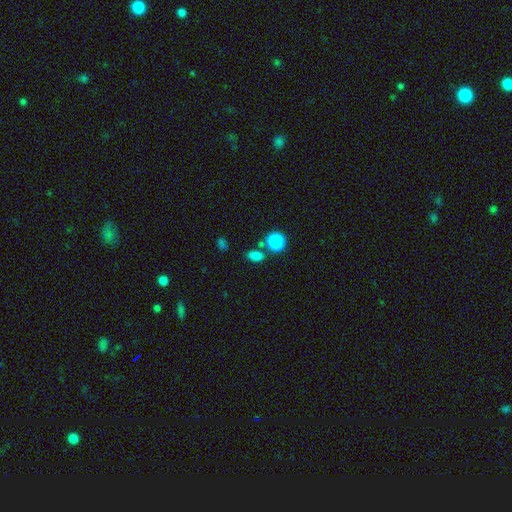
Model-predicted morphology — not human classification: type=smooth (79%); roundness=in between (75%); merging=none (69%).